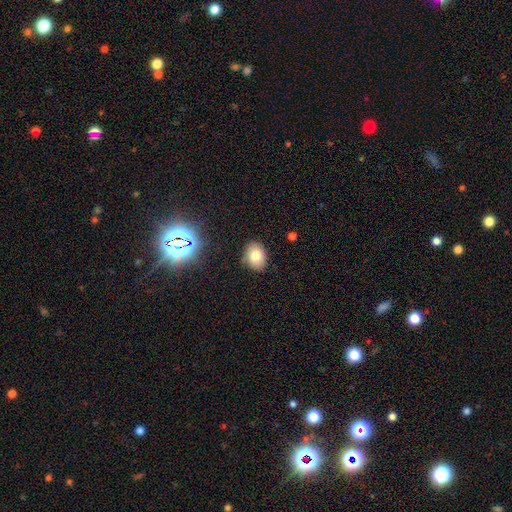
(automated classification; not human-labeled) smooth_or_featured: smooth (p=0.76) [alt: star or artifact p=0.13]
how_rounded: in between (p=0.64) [alt: round p=0.35]
merging: none (p=0.84) [alt: minor disturbance p=0.12]